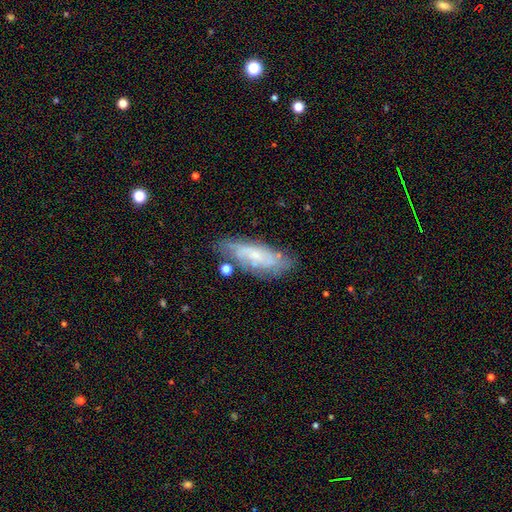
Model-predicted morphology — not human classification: Smooth or featured?
  - featured or disk: 59% *
  - smooth: 33%
  - star or artifact: 8%
Edge-on disk?
  - no: 83% *
  - yes: 17%
Merging?
  - none: 67% *
  - minor disturbance: 21%
  - major disturbance: 7%
  - merger: 5%